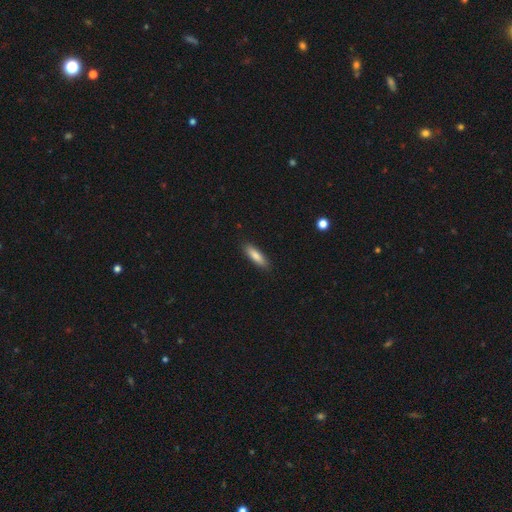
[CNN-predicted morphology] Overall: smooth (83%). How rounded: cigar-shaped (63%; in between 36%). Merging: none (88%).